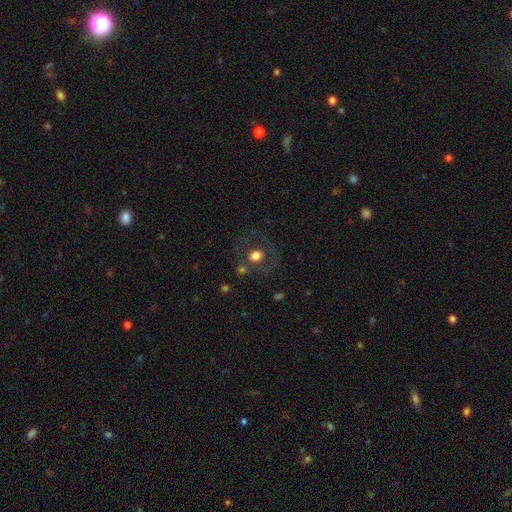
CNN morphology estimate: The model was most divided on "smooth or featured": smooth: 59%, featured or disk: 30%, star or artifact: 12%. More confident: how rounded — round (76%); merging — none (70%).